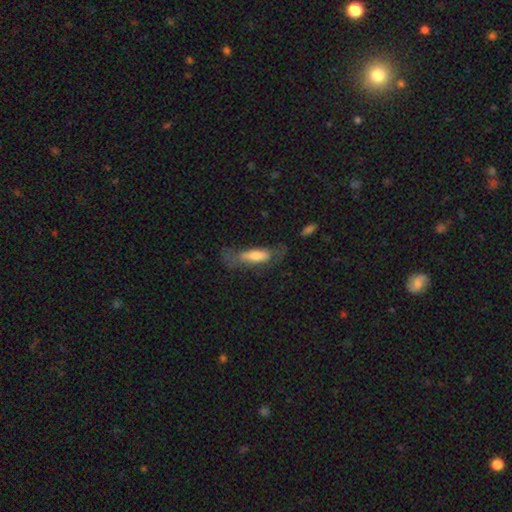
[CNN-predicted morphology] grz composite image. It shows a smooth galaxy with no disk features (57%) that is cigar-shaped (56%). Merging: none (47%).